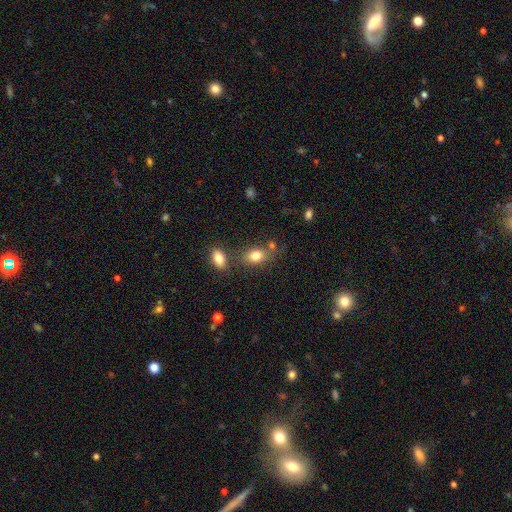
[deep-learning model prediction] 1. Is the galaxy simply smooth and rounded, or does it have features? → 81% smooth, 10% star or artifact, 9% featured or disk.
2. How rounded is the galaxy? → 78% in between, 20% round, 2% cigar-shaped.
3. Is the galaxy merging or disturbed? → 61% none, 18% merger, 15% minor disturbance, 5% major disturbance.